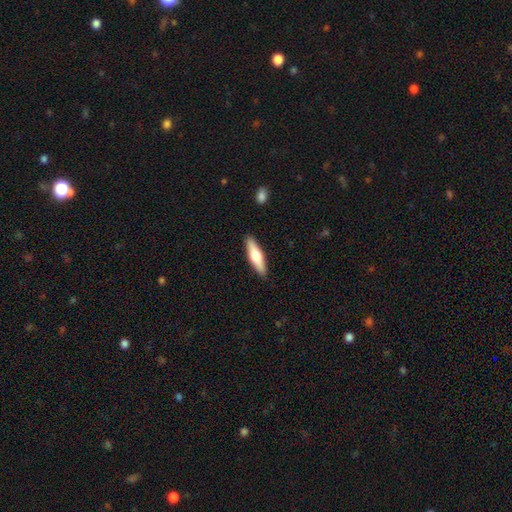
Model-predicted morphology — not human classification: This appears to be a smooth galaxy with no disk features (59%) that is cigar-shaped (70%). Merging: none (89%).